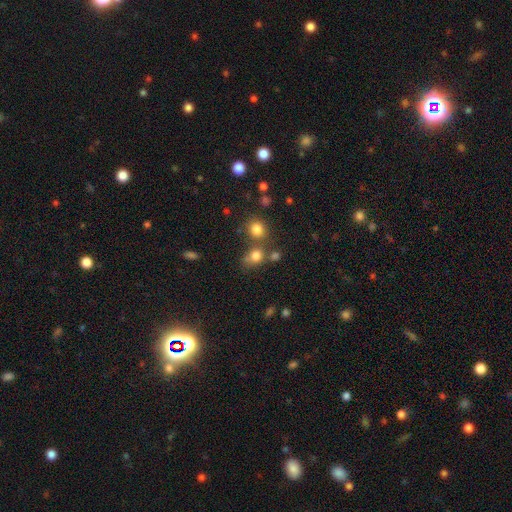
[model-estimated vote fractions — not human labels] The model was most divided on "how rounded": round: 62%, in between: 37%, cigar-shaped: 1%. More confident: smooth or featured — smooth (78%); merging — none (54%).